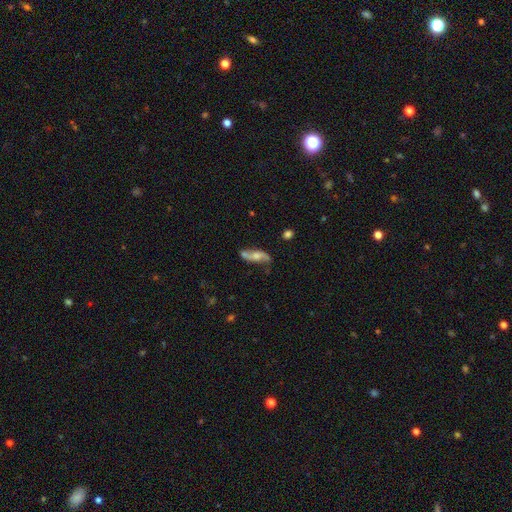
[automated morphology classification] smooth_or_featured: featured or disk (p=0.69) [alt: smooth p=0.24]
disk_edge_on: no (p=0.83) [alt: yes p=0.17]
bar: no (p=0.59) [alt: weak p=0.30]
has_spiral_arms: yes (p=0.90) [alt: no p=0.10]
spiral_winding: loose (p=0.81) [alt: medium p=0.14]
spiral_arm_count: 2 (p=0.91) [alt: can't tell p=0.04]
bulge_size: moderate (p=0.47) [alt: small p=0.33]
merging: none (p=0.63) [alt: minor disturbance p=0.21]